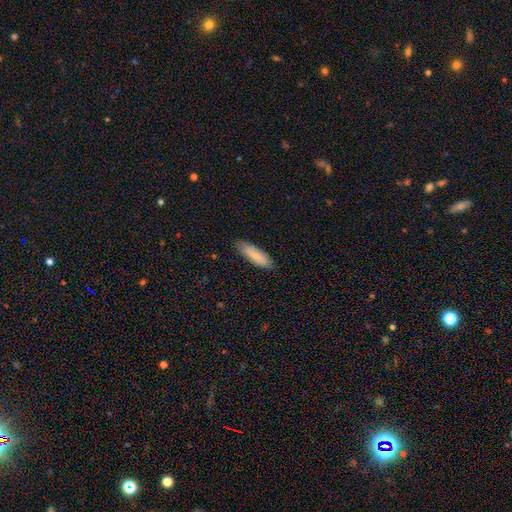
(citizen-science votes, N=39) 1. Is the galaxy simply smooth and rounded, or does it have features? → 87% smooth, 13% featured or disk, 0% star or artifact.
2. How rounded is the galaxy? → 56% cigar-shaped, 44% in between, 0% round.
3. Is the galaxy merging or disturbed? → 79% none, 15% minor disturbance, 5% major disturbance, 0% merger.